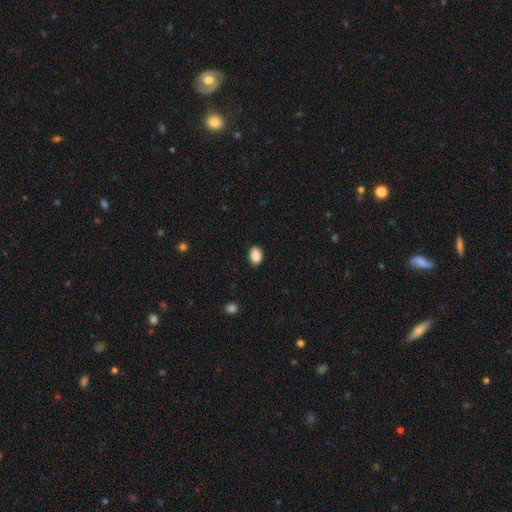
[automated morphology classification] Smooth or featured? Predicted: smooth (p=0.89). How rounded? Predicted: in between (p=0.79). Merging? Predicted: none (p=0.87).